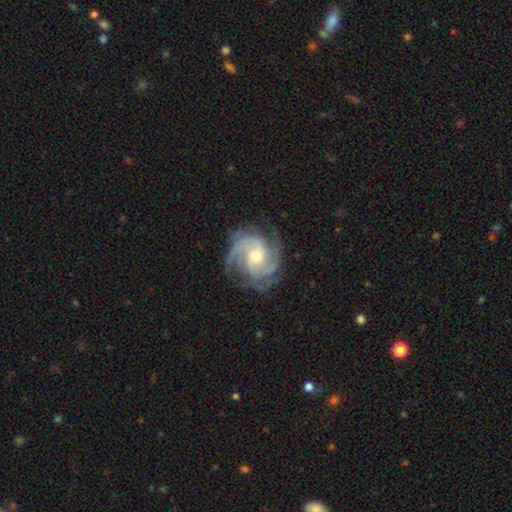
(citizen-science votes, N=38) Smooth or featured? featured or disk (97%)
Edge-on disk? no (100%)
Bar? no (46%)
Spiral arms? yes (100%)
Spiral winding? tight (62%)
Spiral arm count? 2 (35%)
Bulge size? moderate (57%)
Merging? none (51%)